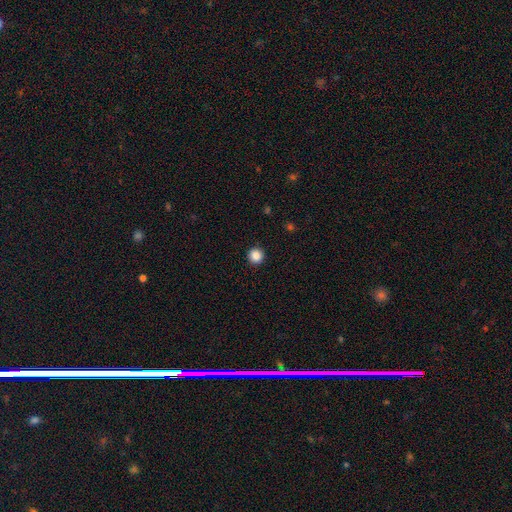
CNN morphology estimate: type=smooth (87%); roundness=round (95%); merging=none (93%).